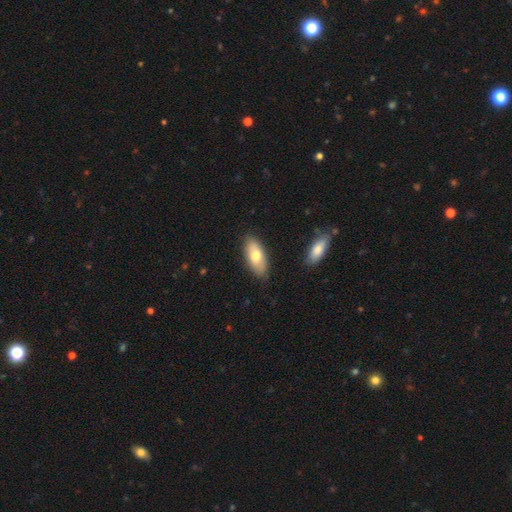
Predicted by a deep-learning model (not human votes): Morphology: type=smooth (71%); roundness=in between (87%); merging=none (84%).